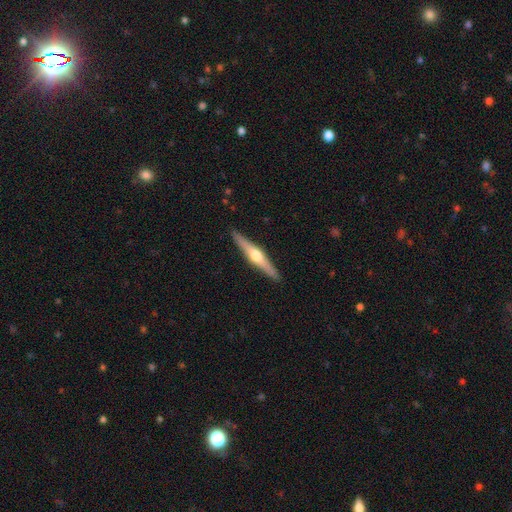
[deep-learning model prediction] smooth_or_featured: featured or disk (p=0.69) [alt: smooth p=0.26]
disk_edge_on: yes (p=0.97) [alt: no p=0.03]
edge_on_bulge: rounded (p=0.94) [alt: none p=0.03]
merging: none (p=0.91) [alt: minor disturbance p=0.06]